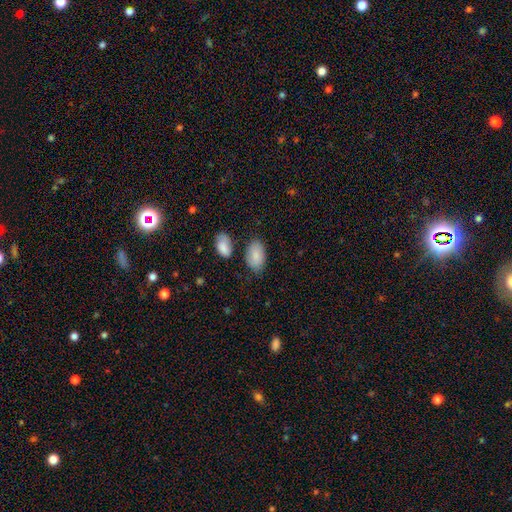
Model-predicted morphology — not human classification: Smooth or featured?
  - smooth: 86% *
  - featured or disk: 7%
  - star or artifact: 6%
How rounded?
  - in between: 94% *
  - round: 5%
  - cigar-shaped: 1%
Merging?
  - none: 70% *
  - minor disturbance: 19%
  - merger: 7%
  - major disturbance: 4%